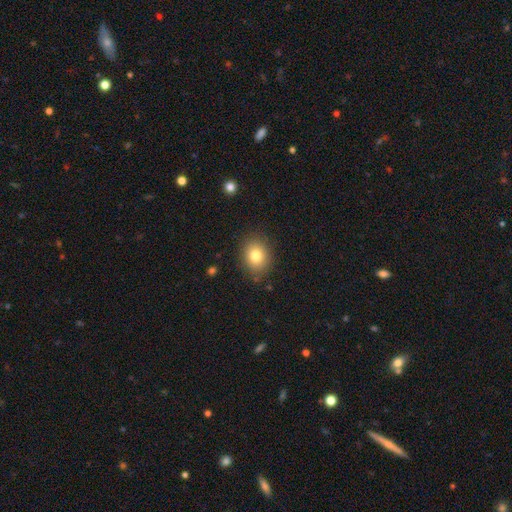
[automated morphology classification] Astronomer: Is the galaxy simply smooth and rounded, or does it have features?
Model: smooth — 79%.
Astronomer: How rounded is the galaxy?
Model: round — 58% (runner-up: in between, 41%).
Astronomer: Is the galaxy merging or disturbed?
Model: none — 85%.